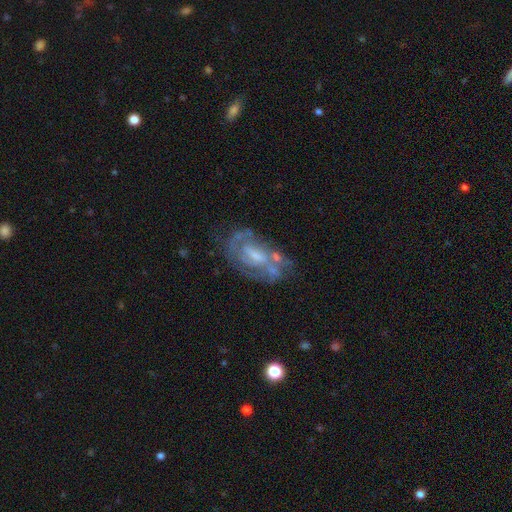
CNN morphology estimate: type=featured or disk (79%); edge-on=no (95%); bar=weak (49%); spiral arms=yes (78%); winding=tight (46%); arm count=2 (38%); bulge=small (40%); merging=none (52%).